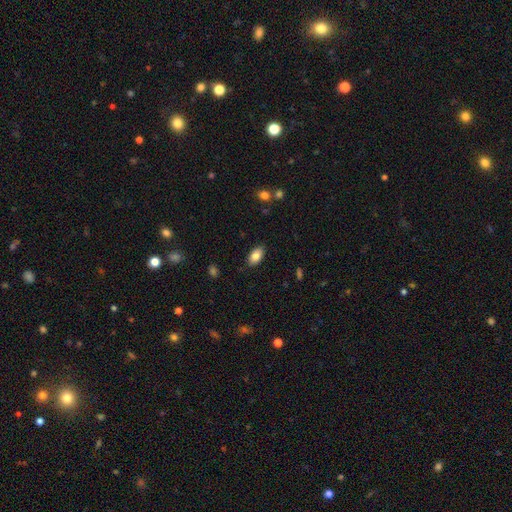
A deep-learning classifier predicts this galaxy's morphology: Smooth or featured? smooth (82%)
How rounded? in between (93%)
Merging? none (87%)